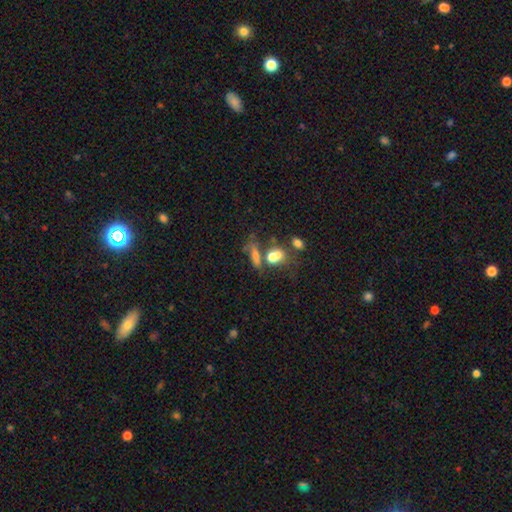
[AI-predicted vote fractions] A smooth galaxy with no disk features (55%) that is in between round and cigar-shaped (50%). Merging: none (40%).